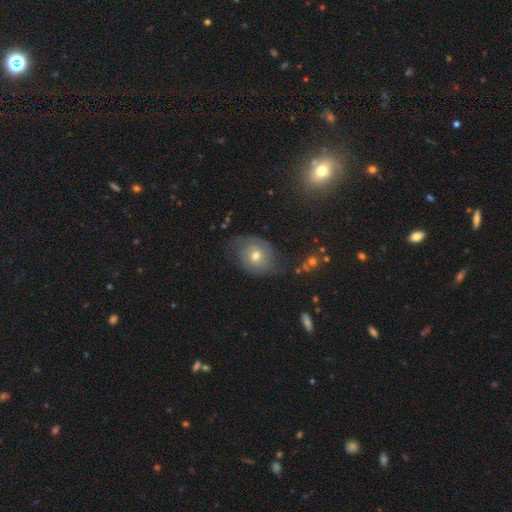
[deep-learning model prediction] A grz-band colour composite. It shows a featured or disk galaxy (53%) with no bar (72%), spiral arms (79%) and a moderate central bulge (64%). Merging: none (61%).